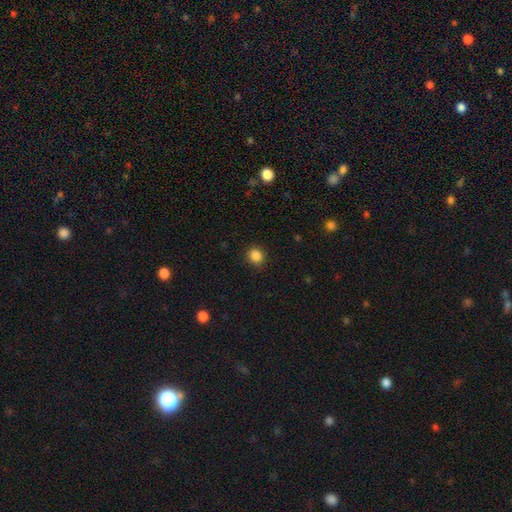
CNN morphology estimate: type=smooth (86%); roundness=round (88%); merging=none (90%).